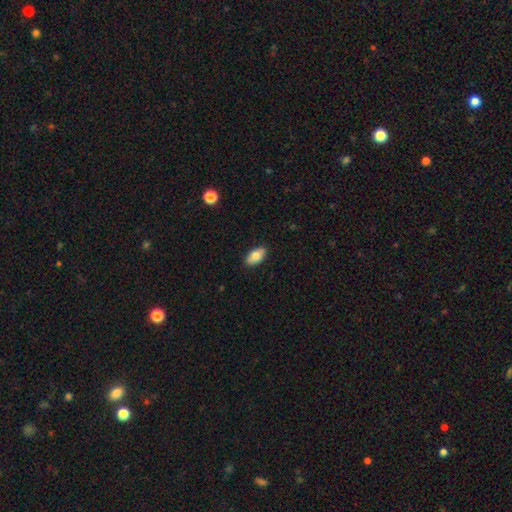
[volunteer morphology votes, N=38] This is likely a smooth galaxy (79%). How rounded: clearly in between (97%). Merging: clearly none (89%).